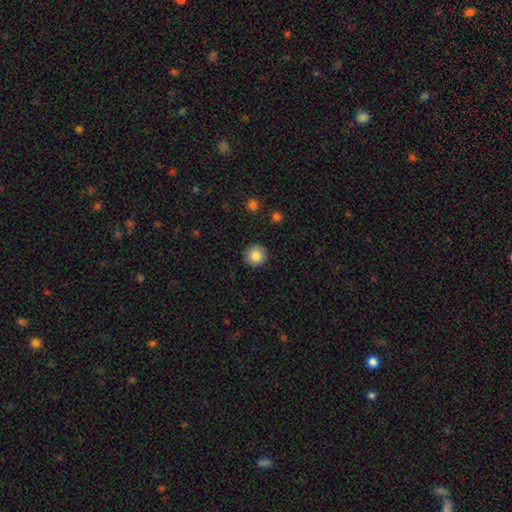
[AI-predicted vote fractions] Smooth or featured? Predicted: smooth (p=0.84). How rounded? Predicted: round (p=0.95). Merging? Predicted: none (p=0.92).